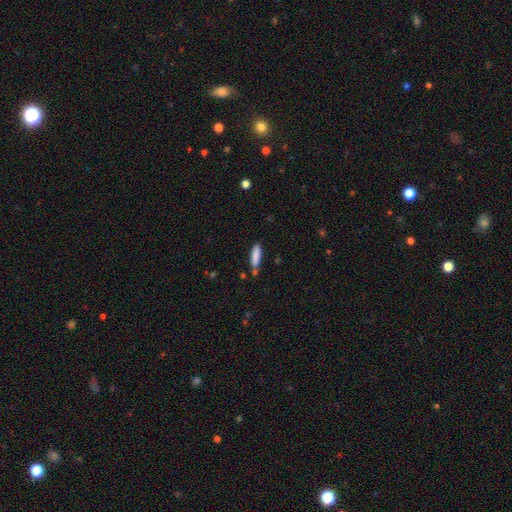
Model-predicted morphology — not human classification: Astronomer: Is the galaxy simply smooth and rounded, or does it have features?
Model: smooth — 85%.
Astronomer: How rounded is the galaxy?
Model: cigar-shaped — 67%.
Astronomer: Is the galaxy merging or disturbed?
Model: none — 75%.